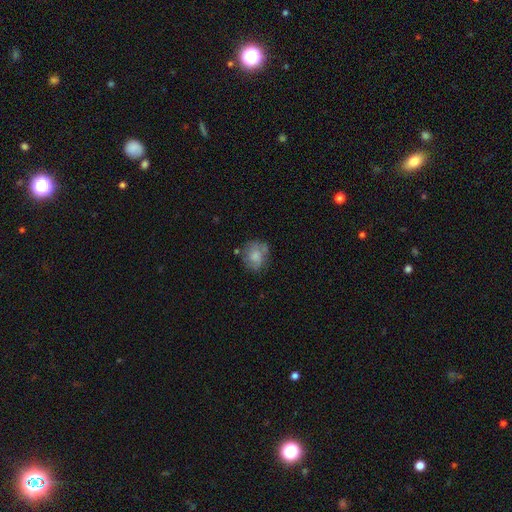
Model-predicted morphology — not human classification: This is likely a smooth galaxy (62%). How rounded: likely round (60%). Merging: possibly none (54%).